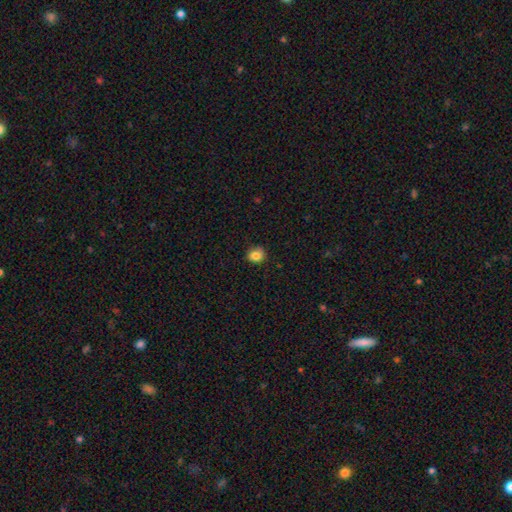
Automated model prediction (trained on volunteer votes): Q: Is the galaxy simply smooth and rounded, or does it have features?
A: smooth — 83%.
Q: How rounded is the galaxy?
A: round — 77%.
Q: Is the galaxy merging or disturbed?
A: none — 76%.